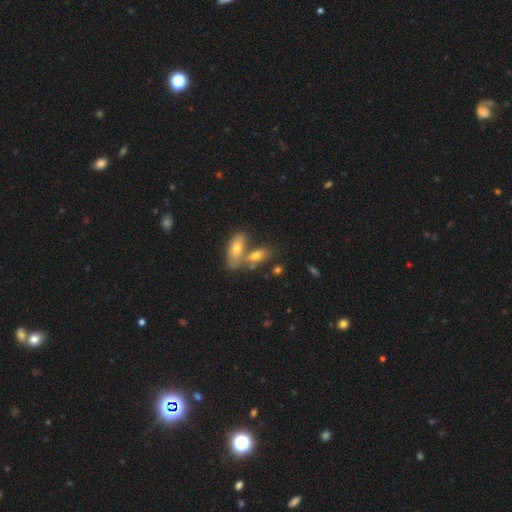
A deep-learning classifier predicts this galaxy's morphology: Q: Smooth or featured?
A: smooth (66%); runner-up: featured or disk (26%)
Q: How rounded?
A: in between (78%); runner-up: cigar-shaped (18%)
Q: Merging?
A: merger (49%); runner-up: none (37%)